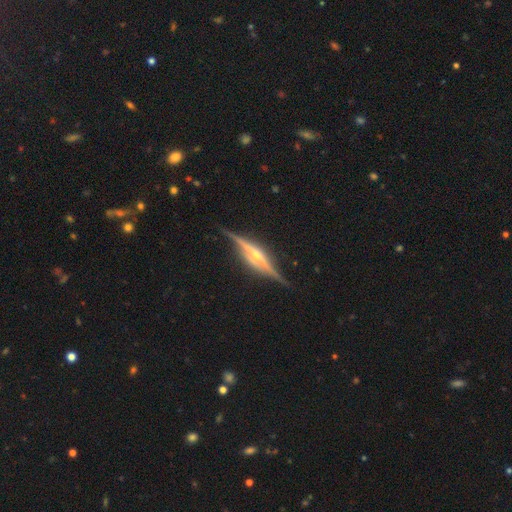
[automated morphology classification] This appears to be a featured or disk galaxy (88%) viewed edge-on (97%) with a rounded central bulge (83%). Merging: none (86%).